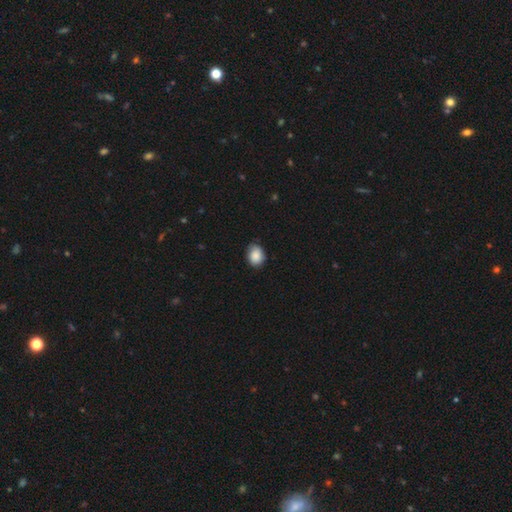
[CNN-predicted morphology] Smooth or featured: smooth — 87% (star or artifact — 7%)
How rounded: in between — 55% (round — 44%)
Merging: none — 75% (minor disturbance — 21%)